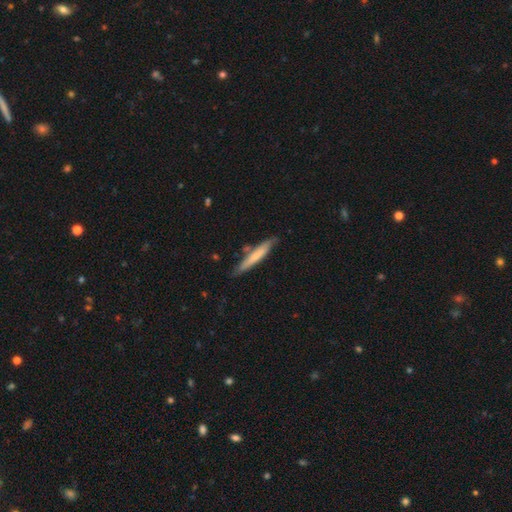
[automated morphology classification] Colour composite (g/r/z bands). It shows a smooth galaxy with no disk features (65%) that is cigar-shaped (94%). Merging: none (78%).